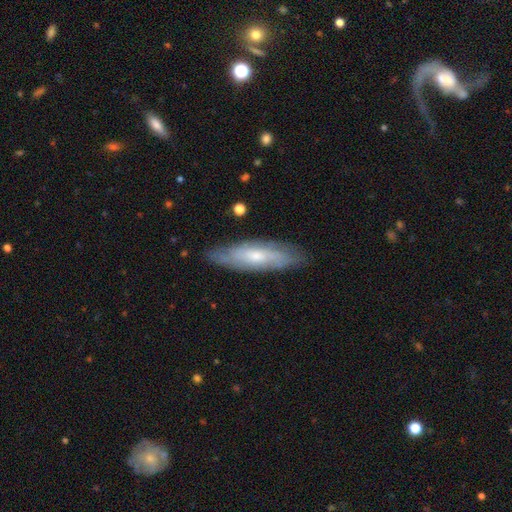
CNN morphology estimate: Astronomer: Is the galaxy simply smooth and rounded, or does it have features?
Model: featured or disk — 58% (runner-up: smooth, 36%).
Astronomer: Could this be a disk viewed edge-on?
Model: no — 64%.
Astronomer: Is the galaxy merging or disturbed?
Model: none — 80%.